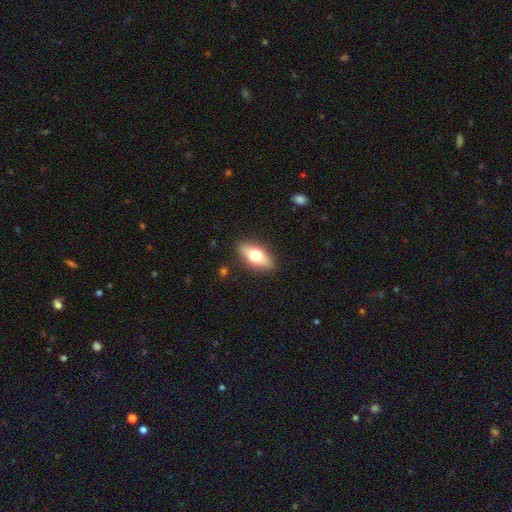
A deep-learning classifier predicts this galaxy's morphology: smooth-or-featured: smooth: 63% | featured or disk: 30% | star or artifact: 7%
  how-rounded: in between: 82% | cigar-shaped: 12% | round: 6%
  merging: none: 87% | minor disturbance: 9% | major disturbance: 2% | merger: 1%